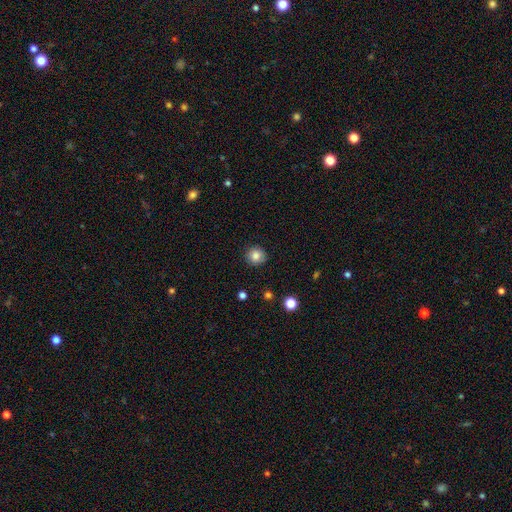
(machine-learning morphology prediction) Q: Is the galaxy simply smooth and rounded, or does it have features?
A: smooth — 84%.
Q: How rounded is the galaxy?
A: round — 92%.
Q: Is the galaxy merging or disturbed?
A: none — 90%.